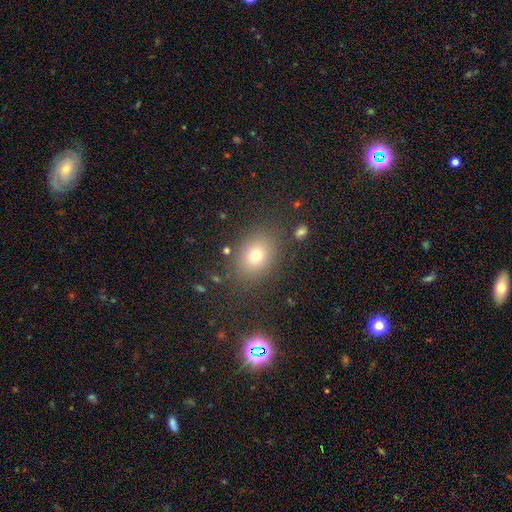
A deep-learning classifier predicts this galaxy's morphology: smooth_or_featured: smooth (p=0.74) [alt: star or artifact p=0.15]
how_rounded: in between (p=0.58) [alt: round p=0.41]
merging: none (p=0.82) [alt: minor disturbance p=0.11]